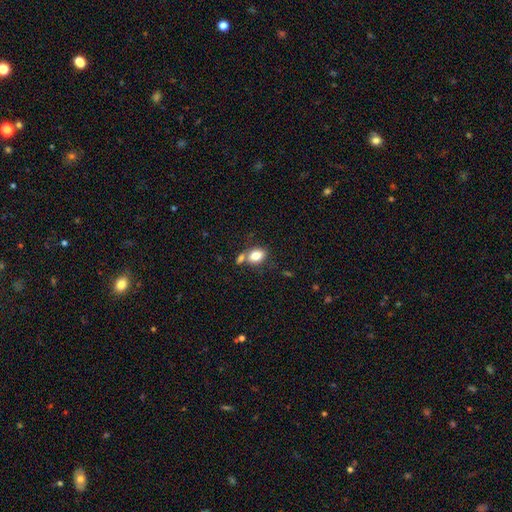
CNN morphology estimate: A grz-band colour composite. It shows a smooth galaxy with no disk features (81%) that is in between round and cigar-shaped (77%). Merging: none (53%).